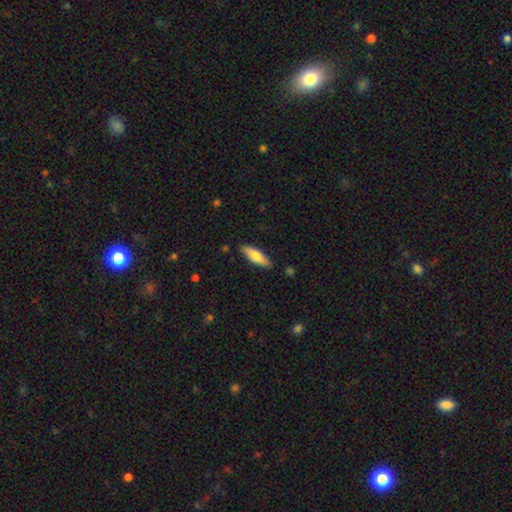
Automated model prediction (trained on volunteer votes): Overall: smooth (70%). How rounded: cigar-shaped (55%; in between 43%). Merging: none (86%).